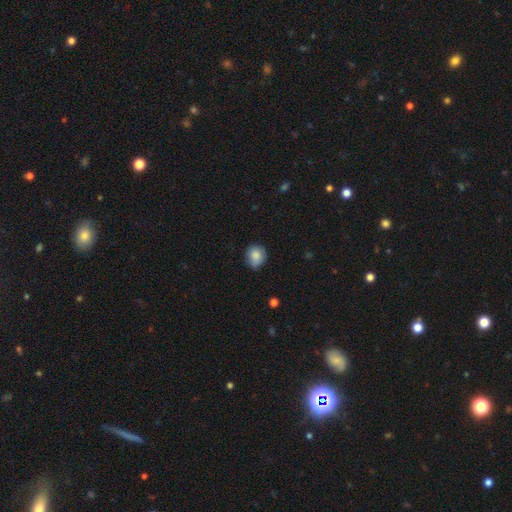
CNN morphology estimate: Q: Smooth or featured?
A: smooth (82%); runner-up: featured or disk (9%)
Q: How rounded?
A: round (75%); runner-up: in between (24%)
Q: Merging?
A: none (65%); runner-up: minor disturbance (28%)